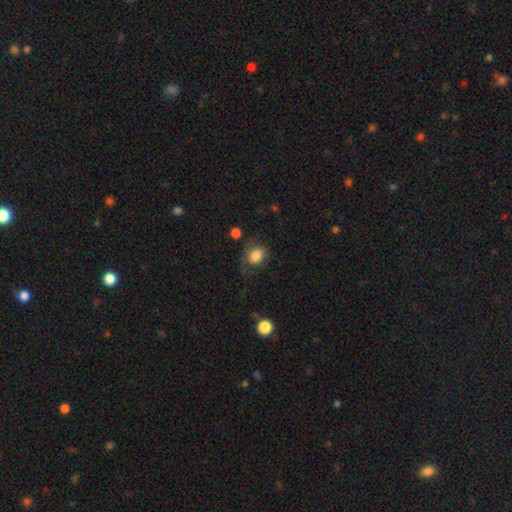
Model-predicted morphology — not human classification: Smooth or featured? smooth (79%)
How rounded? in between (65%)
Merging? none (49%)